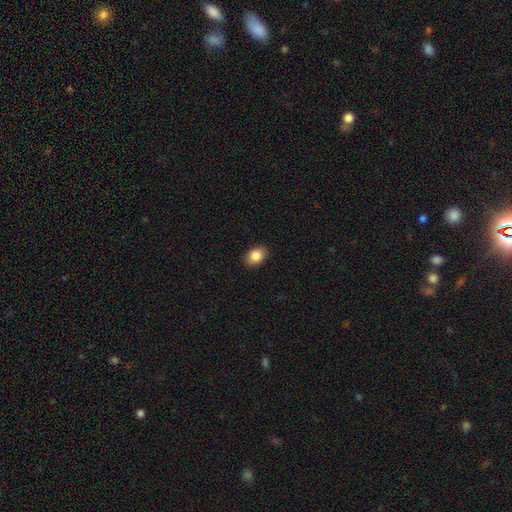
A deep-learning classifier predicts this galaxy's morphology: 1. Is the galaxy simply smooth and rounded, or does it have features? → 86% smooth, 8% star or artifact, 6% featured or disk.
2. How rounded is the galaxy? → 79% in between, 20% round, 1% cigar-shaped.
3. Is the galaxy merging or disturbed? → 90% none, 8% minor disturbance, 2% major disturbance, 1% merger.